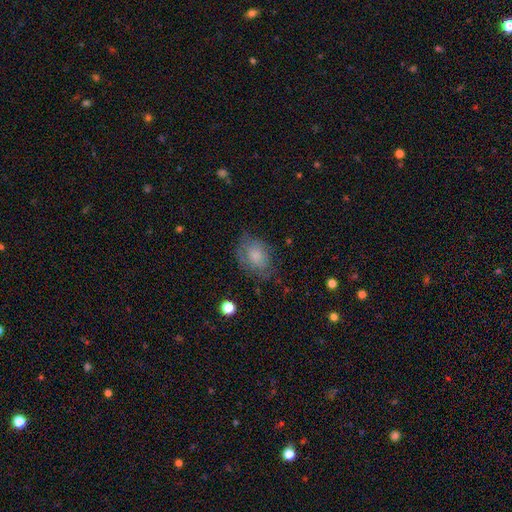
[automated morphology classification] Overall: smooth (64%; featured or disk 26%). How rounded: in between (73%). Merging: none (59%; minor disturbance 26%).